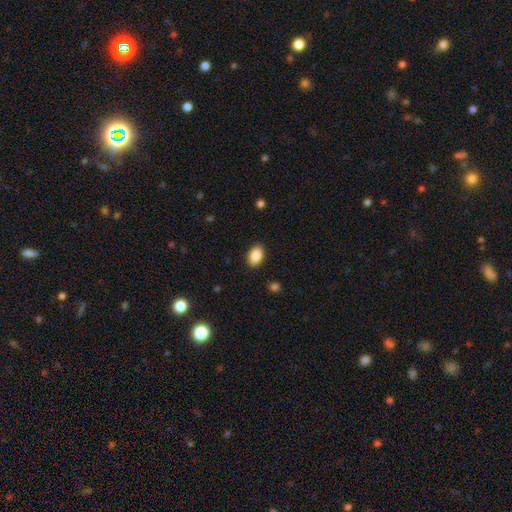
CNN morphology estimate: smooth-or-featured: smooth: 87% | star or artifact: 8% | featured or disk: 5%
  how-rounded: in between: 88% | round: 11% | cigar-shaped: 1%
  merging: none: 88% | minor disturbance: 9% | major disturbance: 2% | merger: 1%